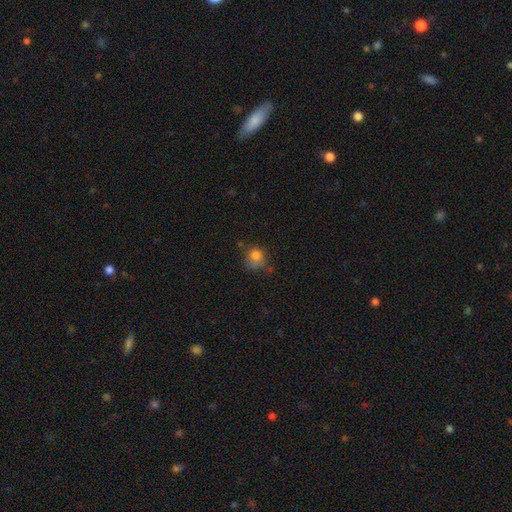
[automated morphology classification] A smooth galaxy with no disk features (79%) that is round (77%).

Vote fractions:
- Smooth or featured? smooth: 79% / star or artifact: 12% / featured or disk: 9%
- How rounded? round: 77% / in between: 22% / cigar-shaped: 1%
- Merging? none: 50% / minor disturbance: 28% / major disturbance: 13% / merger: 9%